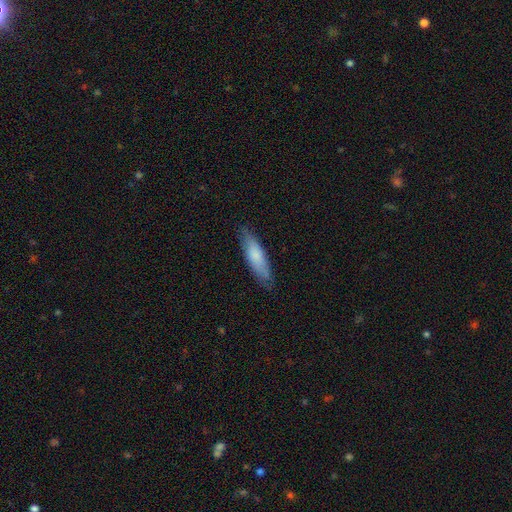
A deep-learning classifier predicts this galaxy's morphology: type=smooth (74%); roundness=cigar-shaped (65%); merging=none (81%).